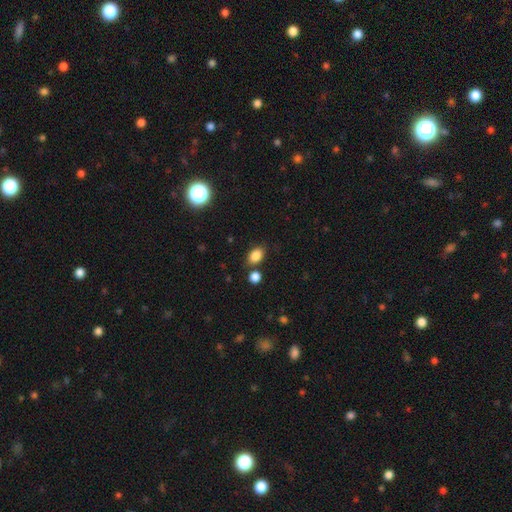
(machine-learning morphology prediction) Smooth or featured: smooth — 84% (star or artifact — 11%)
How rounded: in between — 80% (round — 19%)
Merging: none — 73% (minor disturbance — 13%)